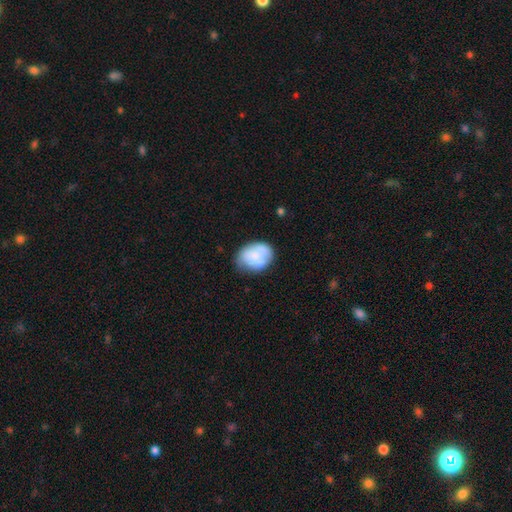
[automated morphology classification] smooth-or-featured: smooth: 70% | featured or disk: 23% | star or artifact: 7%
  how-rounded: in between: 60% | round: 39% | cigar-shaped: 1%
  merging: none: 53% | minor disturbance: 30% | major disturbance: 9% | merger: 7%